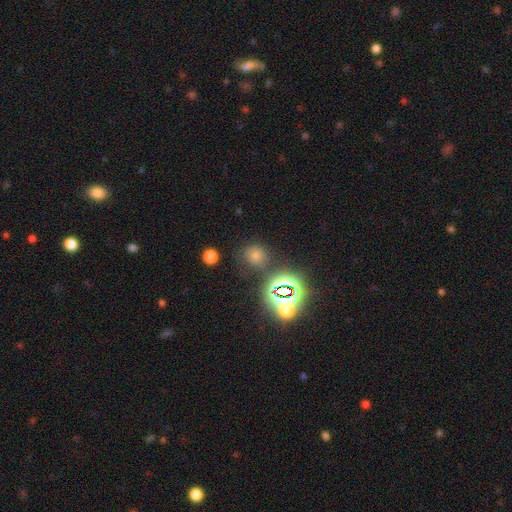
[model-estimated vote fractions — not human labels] smooth_or_featured: smooth (p=0.47) [alt: star or artifact p=0.43]
merging: none (p=0.79) [alt: minor disturbance p=0.11]